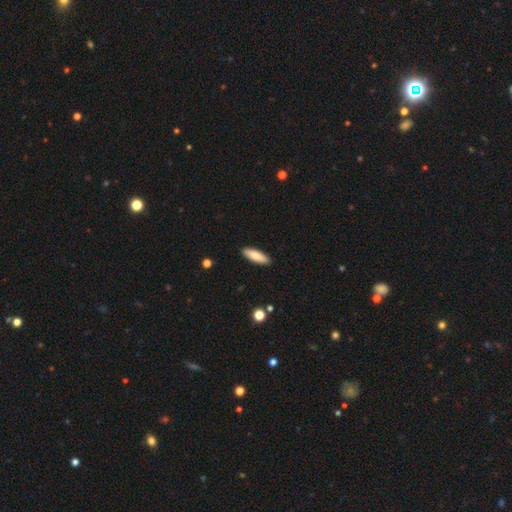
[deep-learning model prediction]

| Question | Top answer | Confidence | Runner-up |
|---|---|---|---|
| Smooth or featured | smooth | 84% | featured or disk (11%) |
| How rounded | in between | 52% | cigar-shaped (46%) |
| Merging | none | 90% | minor disturbance (7%) |